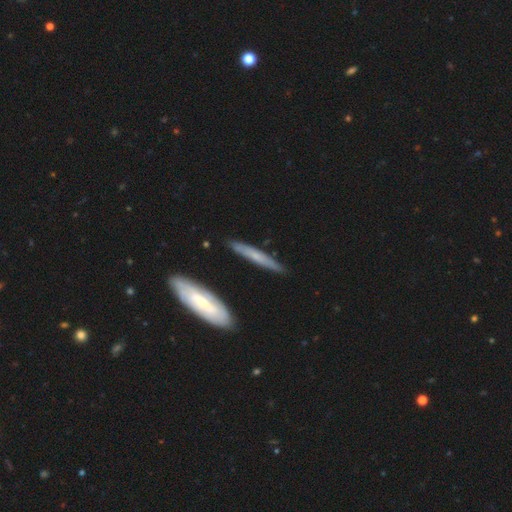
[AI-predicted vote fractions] Smooth or featured: featured or disk — 49% (smooth — 45%)
Merging: none — 85% (minor disturbance — 11%)